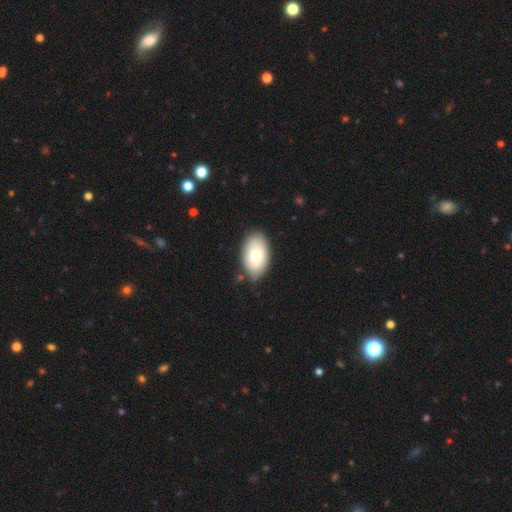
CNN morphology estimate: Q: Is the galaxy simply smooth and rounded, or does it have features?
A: smooth — 75%.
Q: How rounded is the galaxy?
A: in between — 94%.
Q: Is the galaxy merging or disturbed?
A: none — 82%.